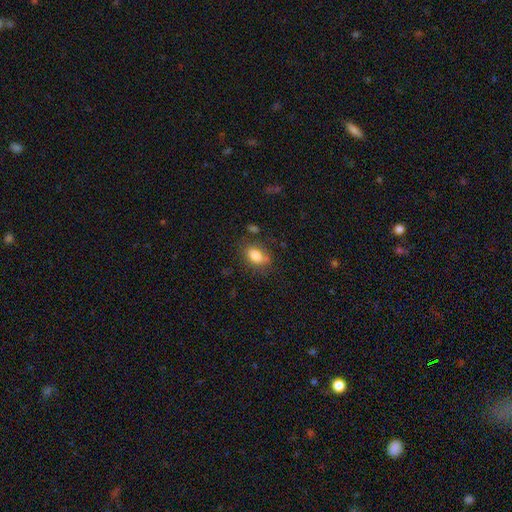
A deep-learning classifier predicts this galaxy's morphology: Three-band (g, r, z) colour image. It shows a smooth galaxy with no disk features (81%) that is in between round and cigar-shaped (83%). Merging: none (71%).